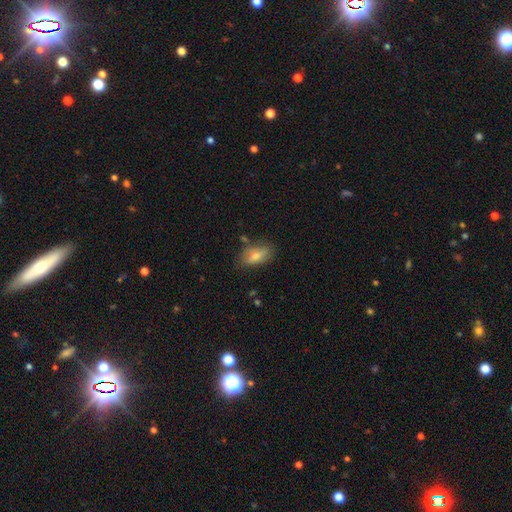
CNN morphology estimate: A smooth galaxy with no disk features (74%) that is in between round and cigar-shaped (86%). Merging: none (70%).